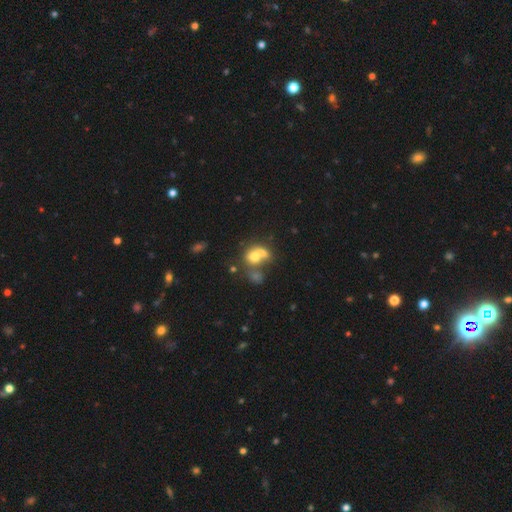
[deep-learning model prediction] smooth-or-featured: smooth: 64% | featured or disk: 24% | star or artifact: 13%
  how-rounded: round: 59% | in between: 39% | cigar-shaped: 1%
  merging: merger: 65% | none: 22% | minor disturbance: 7% | major disturbance: 6%